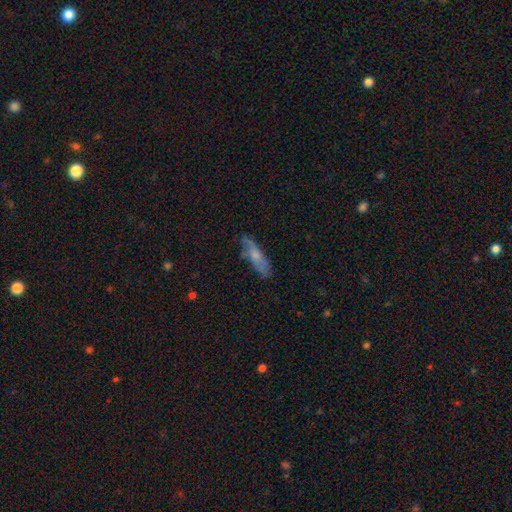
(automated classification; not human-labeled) A smooth galaxy with no disk features (50%). Merging: none (67%).